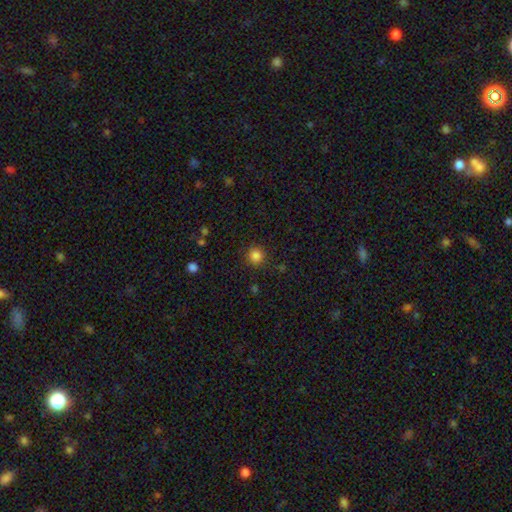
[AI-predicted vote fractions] This appears to be a smooth galaxy with no disk features (84%) that is round (94%). Merging: none (89%).